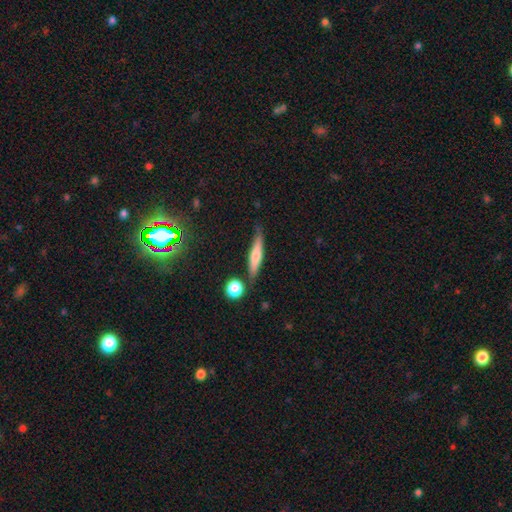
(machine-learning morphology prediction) type=smooth (56%); roundness=cigar-shaped (85%); merging=none (77%).